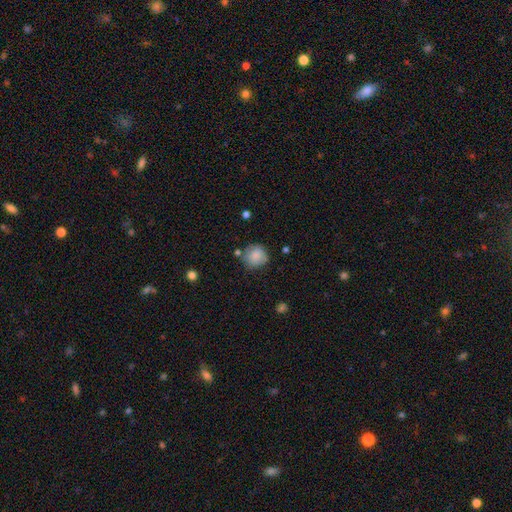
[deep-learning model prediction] Morphology: type=smooth (80%); roundness=round (88%); merging=none (68%).